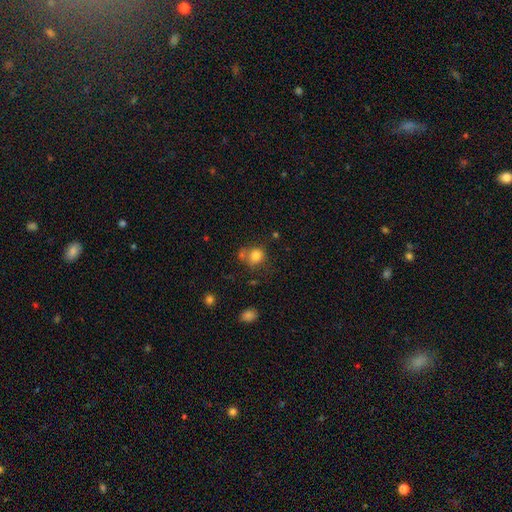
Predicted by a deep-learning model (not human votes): This is clearly a smooth galaxy (81%). How rounded: likely round (77%). Merging: possibly none (56%).